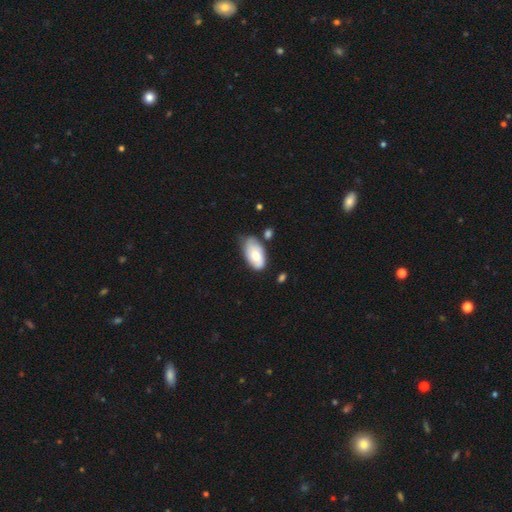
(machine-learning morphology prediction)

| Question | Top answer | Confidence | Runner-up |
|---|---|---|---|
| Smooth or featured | smooth | 65% | featured or disk (28%) |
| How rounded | in between | 95% | round (3%) |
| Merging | none | 49% | minor disturbance (35%) |